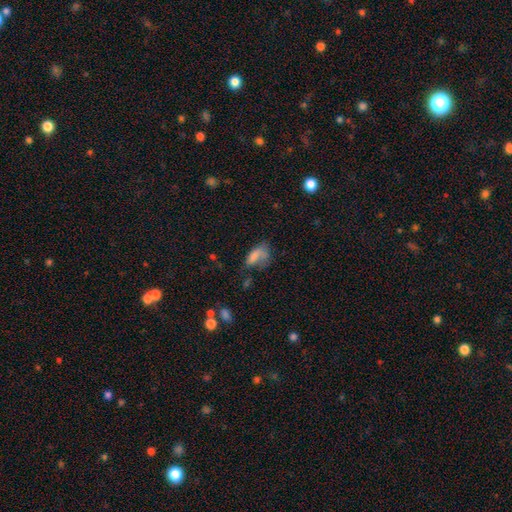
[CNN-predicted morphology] smooth 71%, featured or disk 18%, star or artifact 11%. Down the decision tree: how rounded — in between (87%); merging — major disturbance (36%).